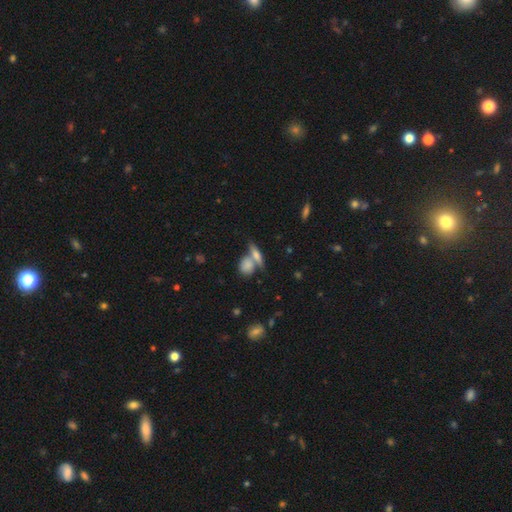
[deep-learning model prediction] Smooth or featured? Predicted: smooth (p=0.52). How rounded? Predicted: cigar-shaped (p=0.43). Merging? Predicted: none (p=0.54).